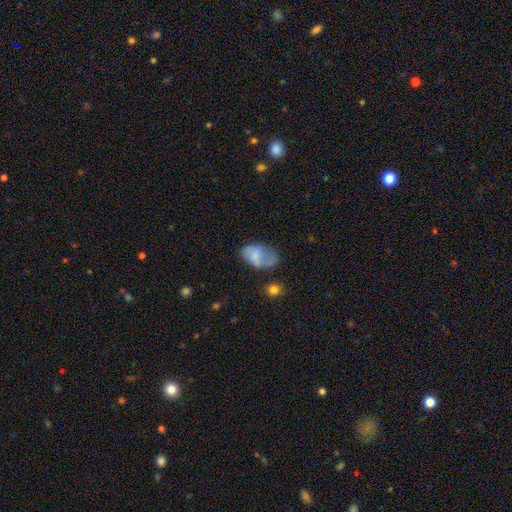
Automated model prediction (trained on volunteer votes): A smooth galaxy with no disk features (62%) that is in between round and cigar-shaped (89%).

Vote fractions:
- Smooth or featured? smooth: 62% / featured or disk: 30% / star or artifact: 8%
- How rounded? in between: 89% / round: 9% / cigar-shaped: 1%
- Merging? none: 39% / minor disturbance: 32% / major disturbance: 22% / merger: 8%